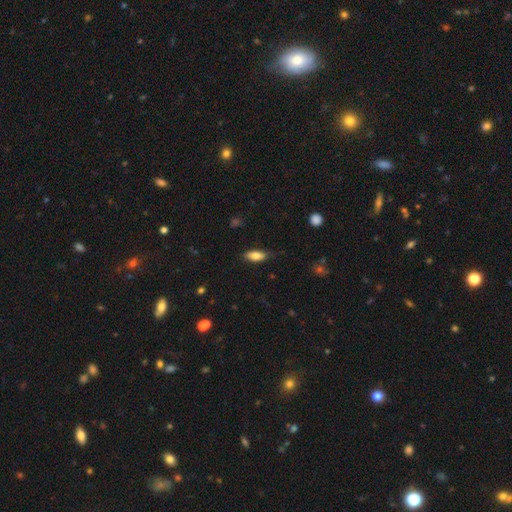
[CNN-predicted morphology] type=smooth (79%); roundness=in between (79%); merging=none (78%).